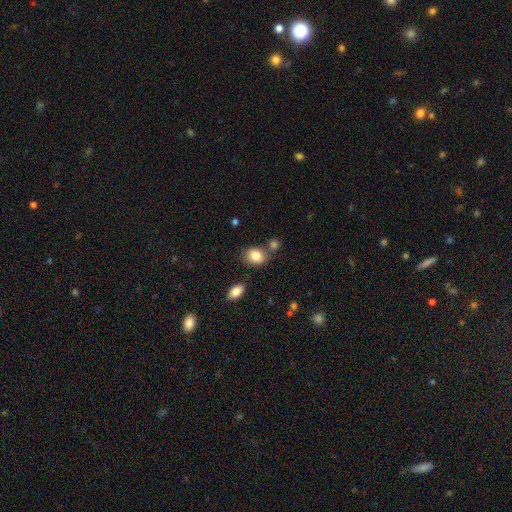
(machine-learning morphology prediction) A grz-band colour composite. It shows a smooth galaxy with no disk features (85%) that is in between round and cigar-shaped (52%). Merging: none (65%).